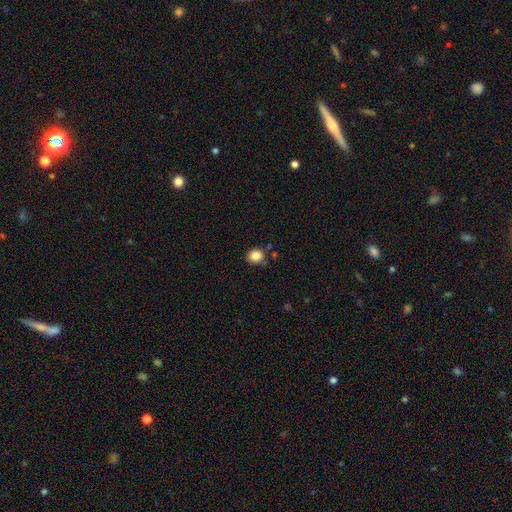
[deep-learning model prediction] Smooth or featured: smooth — 84% (star or artifact — 10%)
How rounded: round — 71% (in between — 28%)
Merging: none — 80% (minor disturbance — 12%)